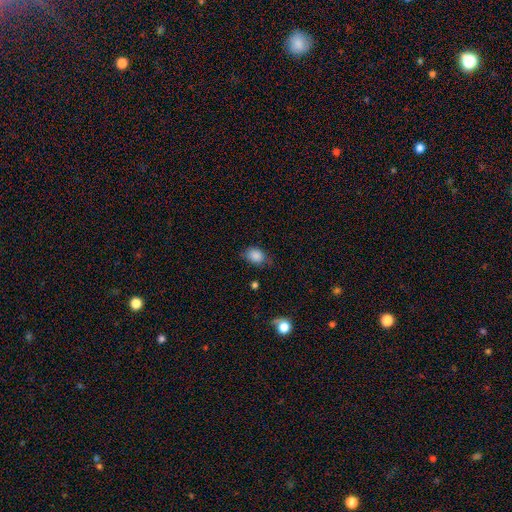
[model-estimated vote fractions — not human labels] Q: Smooth or featured?
A: smooth (86%); runner-up: star or artifact (9%)
Q: How rounded?
A: in between (65%); runner-up: round (34%)
Q: Merging?
A: none (63%); runner-up: minor disturbance (27%)